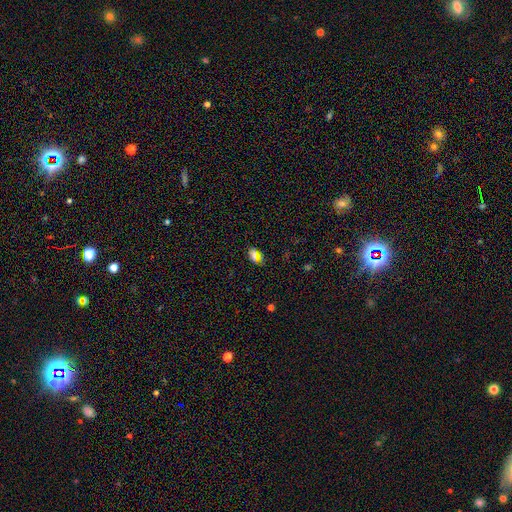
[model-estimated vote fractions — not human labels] A smooth galaxy with no disk features (66%) that is in between round and cigar-shaped (84%). Merging: none (78%).